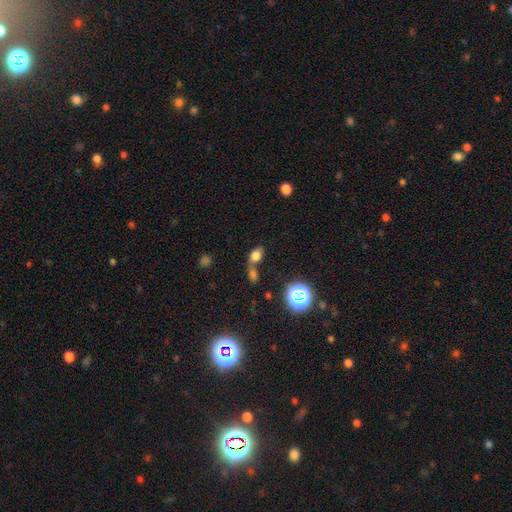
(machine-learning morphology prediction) type=smooth (73%); roundness=in between (75%); merging=merger (49%).